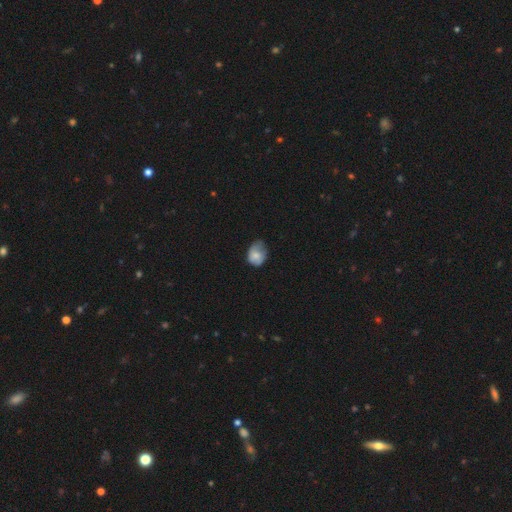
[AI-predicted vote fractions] This appears to be a smooth galaxy with no disk features (74%) that is in between round and cigar-shaped (62%). Merging: minor disturbance (45%).